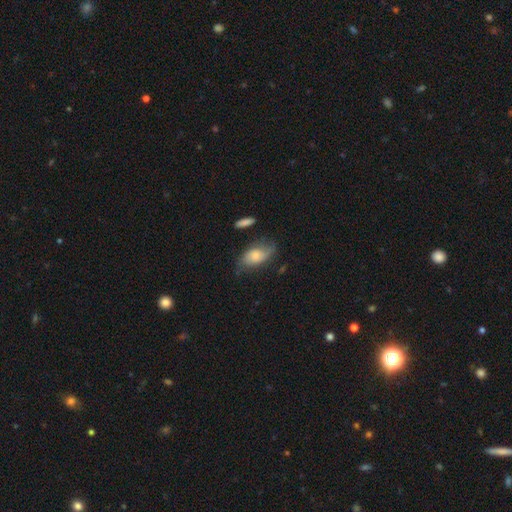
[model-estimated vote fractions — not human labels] Smooth or featured? smooth (58%)
How rounded? in between (89%)
Merging? none (55%)